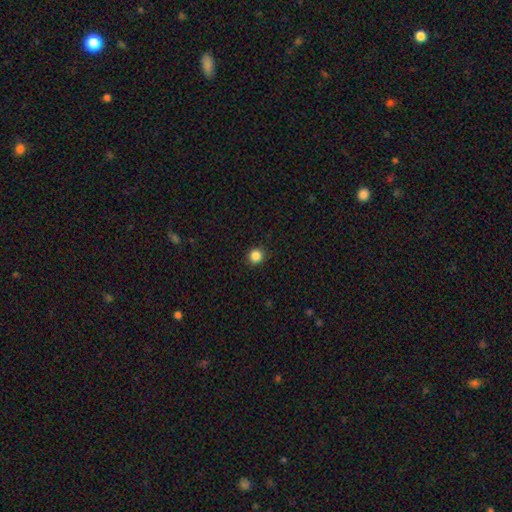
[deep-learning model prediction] The model was most divided on "smooth or featured": smooth: 86%, star or artifact: 11%, featured or disk: 3%. More confident: how rounded — round (93%); merging — none (91%).